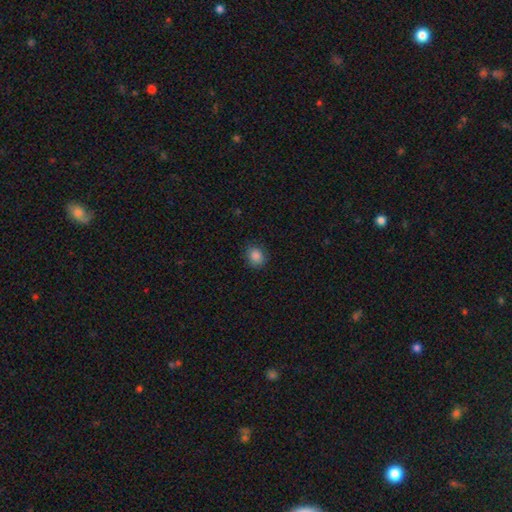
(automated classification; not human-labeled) Morphology: type=smooth (86%); roundness=round (65%); merging=none (84%).